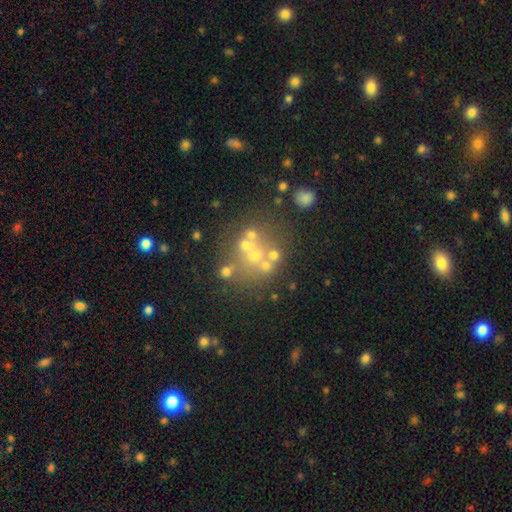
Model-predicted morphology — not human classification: Q: Smooth or featured?
A: featured or disk (38%); runner-up: smooth (34%)
Q: Merging?
A: none (47%); runner-up: merger (29%)